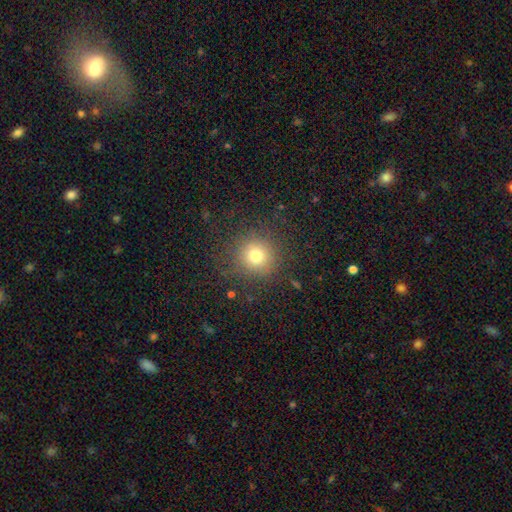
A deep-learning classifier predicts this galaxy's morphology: Smooth or featured? Predicted: smooth (p=0.73). How rounded? Predicted: round (p=0.93). Merging? Predicted: none (p=0.84).